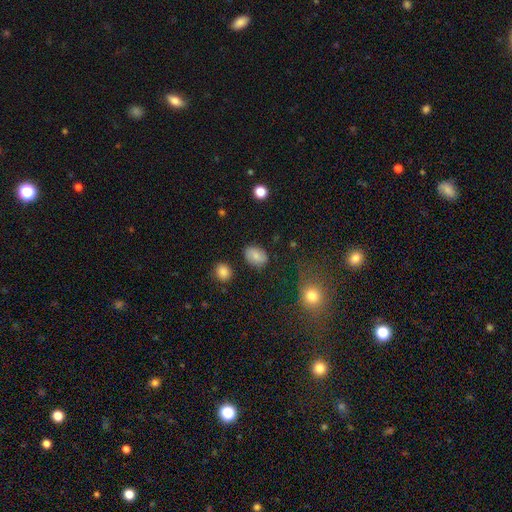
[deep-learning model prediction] smooth_or_featured: smooth (p=0.76) [alt: featured or disk p=0.15]
how_rounded: in between (p=0.74) [alt: round p=0.24]
merging: none (p=0.81) [alt: minor disturbance p=0.13]